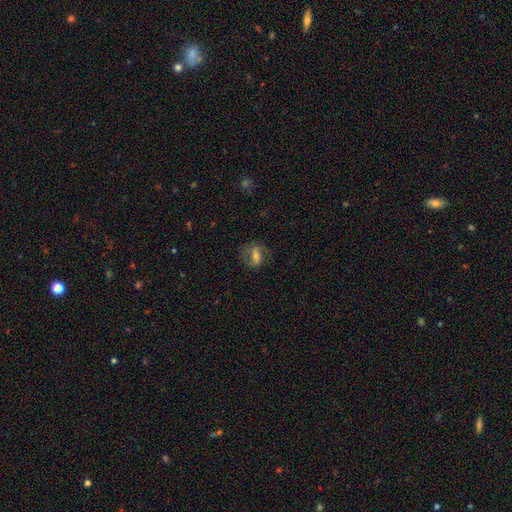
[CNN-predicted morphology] A featured or disk galaxy (57%) with a strong bar (44%), spiral arms (81%) and a moderate central bulge (44%). Merging: none (70%).